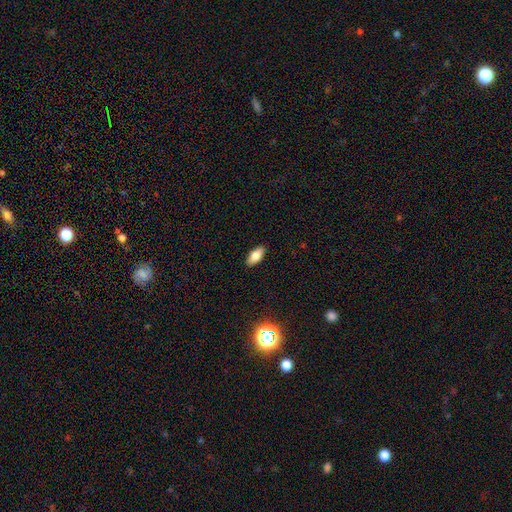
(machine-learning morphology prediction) This appears to be a smooth galaxy with no disk features (78%) that is in between round and cigar-shaped (84%). Merging: none (89%).